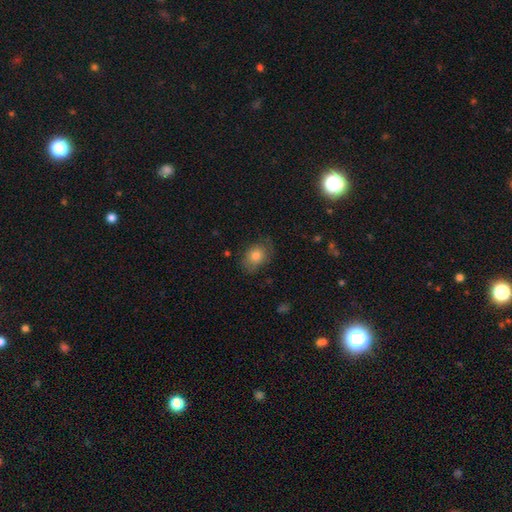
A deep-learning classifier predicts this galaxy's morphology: The model was most divided on "how rounded": in between: 67%, round: 31%, cigar-shaped: 1%. More confident: smooth or featured — smooth (79%); merging — none (70%).